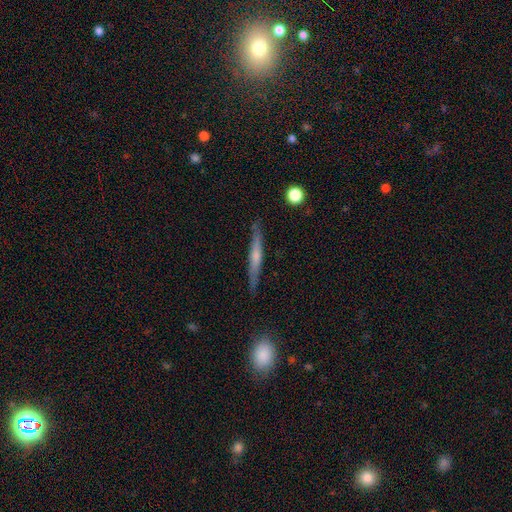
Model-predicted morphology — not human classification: A featured or disk galaxy (56%) viewed edge-on (96%) with a rounded central bulge (52%).

Vote fractions:
- Smooth or featured? featured or disk: 56% / smooth: 38% / star or artifact: 6%
- Edge-on disk? yes: 96% / no: 4%
- Edge-on bulge? rounded: 52% / none: 38% / boxy: 9%
- Merging? none: 87% / minor disturbance: 9% / major disturbance: 2% / merger: 2%